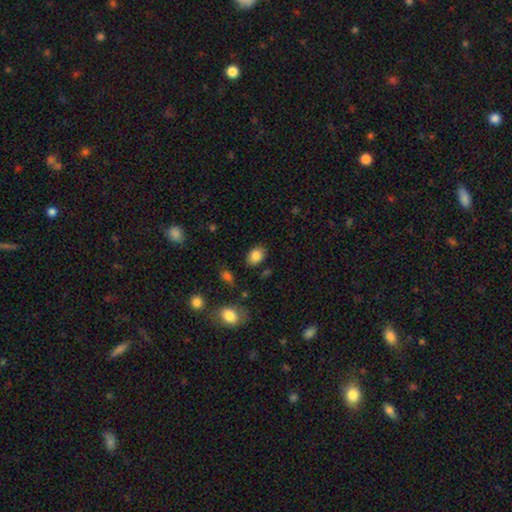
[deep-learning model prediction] A smooth galaxy with no disk features (84%) that is in between round and cigar-shaped (75%). Merging: none (83%).